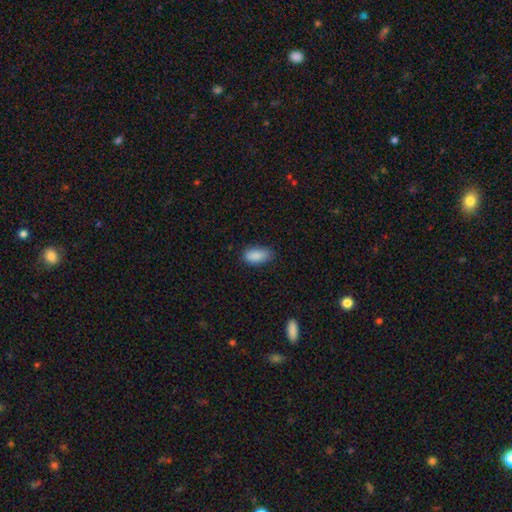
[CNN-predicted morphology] smooth_or_featured: smooth (p=0.88) [alt: star or artifact p=0.08]
how_rounded: in between (p=0.89) [alt: cigar-shaped p=0.07]
merging: none (p=0.74) [alt: minor disturbance p=0.21]